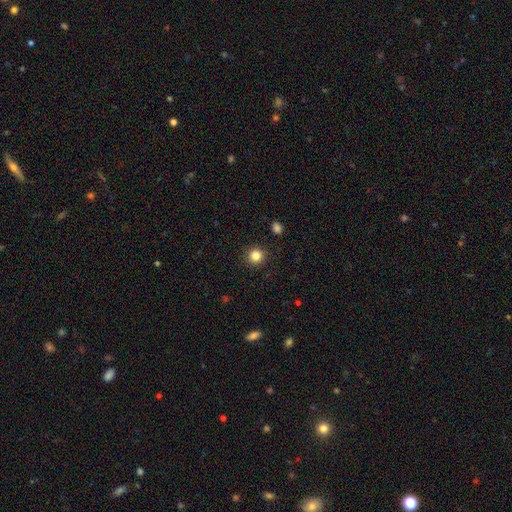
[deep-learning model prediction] Overall: smooth (84%). How rounded: round (93%). Merging: none (91%).